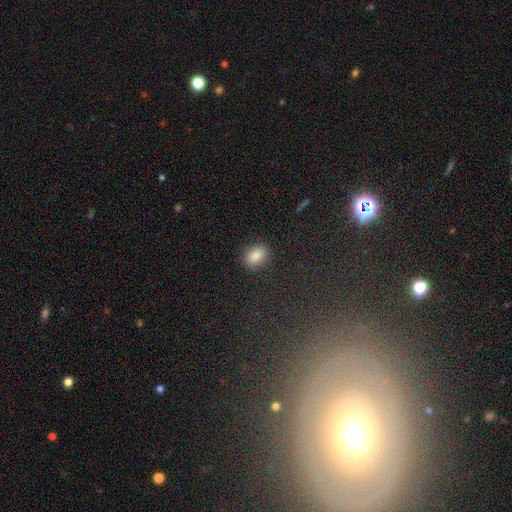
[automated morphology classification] smooth 86%, star or artifact 9%, featured or disk 5%. Down the decision tree: how rounded — in between (72%); merging — none (86%).